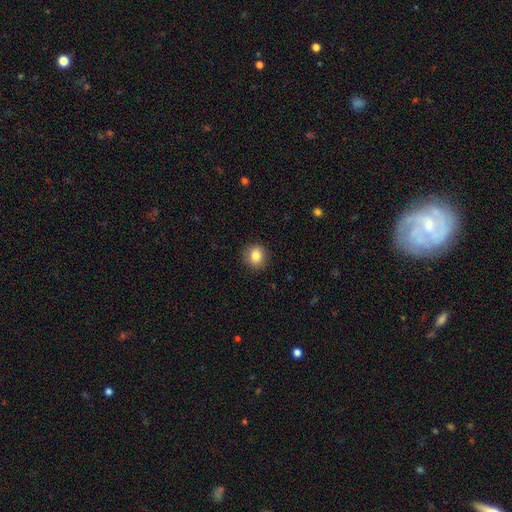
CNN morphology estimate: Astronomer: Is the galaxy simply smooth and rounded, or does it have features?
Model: smooth — 84%.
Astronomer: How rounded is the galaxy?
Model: round — 80%.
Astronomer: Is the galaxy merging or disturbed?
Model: none — 90%.